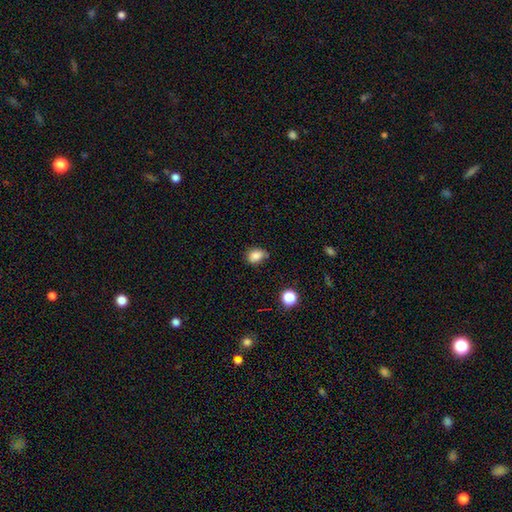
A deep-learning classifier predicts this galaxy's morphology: A smooth galaxy with no disk features (83%) that is in between round and cigar-shaped (63%).

Vote fractions:
- Smooth or featured? smooth: 83% / star or artifact: 11% / featured or disk: 6%
- How rounded? in between: 63% / round: 36% / cigar-shaped: 1%
- Merging? none: 63% / minor disturbance: 29% / major disturbance: 5% / merger: 3%